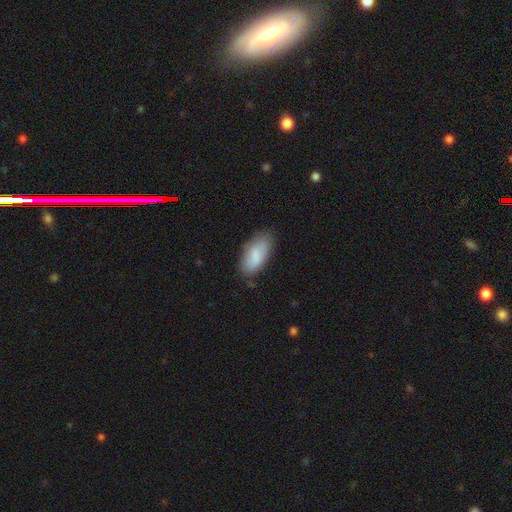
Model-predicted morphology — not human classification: smooth 81%, featured or disk 13%, star or artifact 6%. Down the decision tree: how rounded — in between (90%); merging — none (73%).